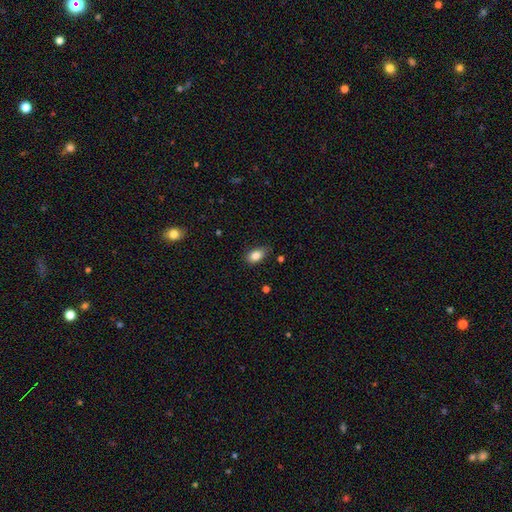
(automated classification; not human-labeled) Morphology: type=smooth (84%); roundness=in between (87%); merging=none (75%).